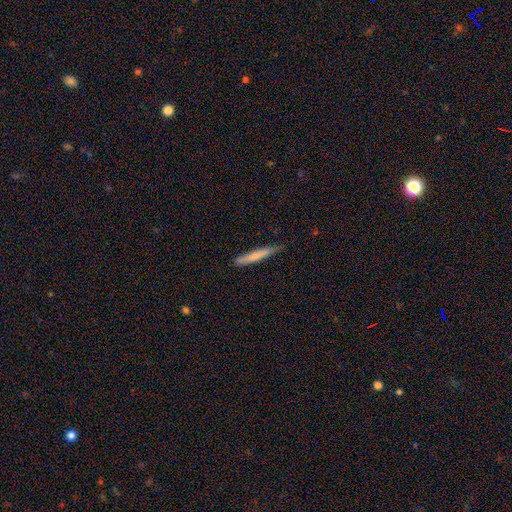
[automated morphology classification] Q: Smooth or featured?
A: smooth (73%); runner-up: featured or disk (21%)
Q: How rounded?
A: cigar-shaped (95%); runner-up: in between (4%)
Q: Merging?
A: none (80%); runner-up: minor disturbance (17%)